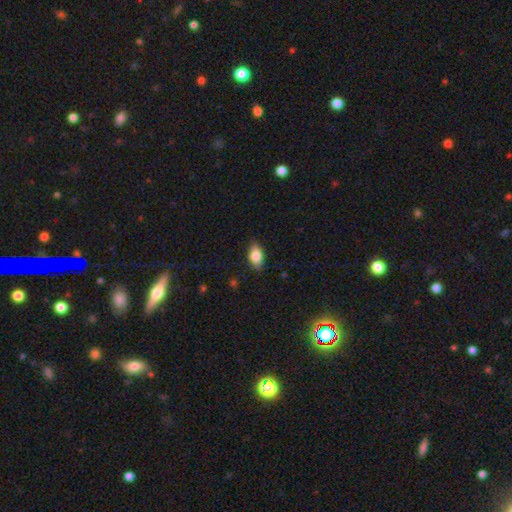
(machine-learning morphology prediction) smooth_or_featured: smooth (p=0.81) [alt: featured or disk p=0.12]
how_rounded: in between (p=0.88) [alt: round p=0.06]
merging: none (p=0.84) [alt: minor disturbance p=0.12]